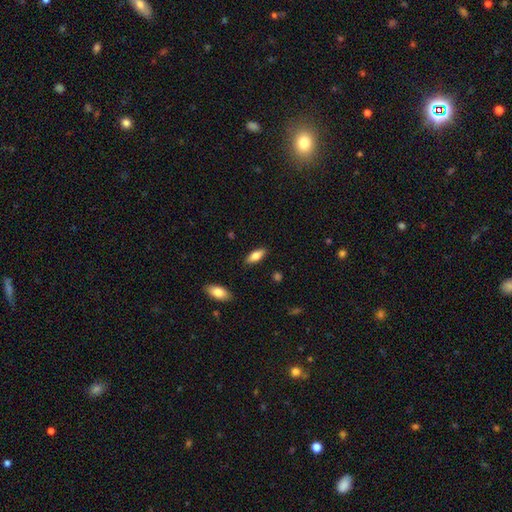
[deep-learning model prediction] Morphology: type=smooth (75%); roundness=in between (79%); merging=none (87%).